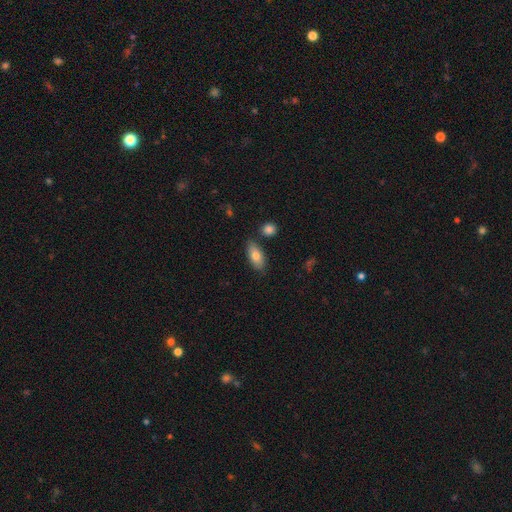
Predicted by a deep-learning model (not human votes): smooth_or_featured: smooth (p=0.77) [alt: featured or disk p=0.16]
how_rounded: in between (p=0.87) [alt: cigar-shaped p=0.09]
merging: none (p=0.79) [alt: minor disturbance p=0.13]